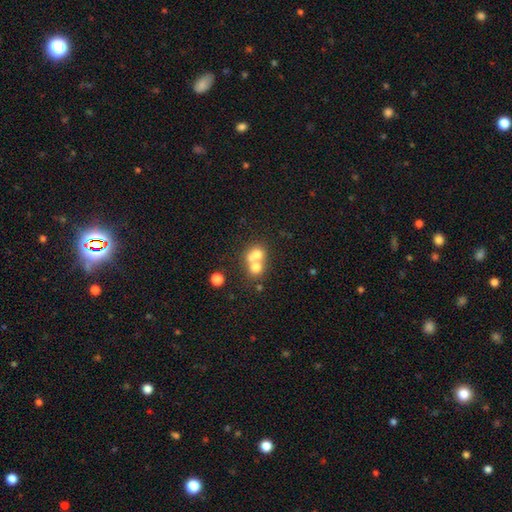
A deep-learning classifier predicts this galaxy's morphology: A smooth galaxy with no disk features (65%) that is round (75%).

Vote fractions:
- Smooth or featured? smooth: 65% / featured or disk: 22% / star or artifact: 13%
- How rounded? round: 75% / in between: 24% / cigar-shaped: 1%
- Merging? merger: 65% / none: 26% / minor disturbance: 5% / major disturbance: 3%